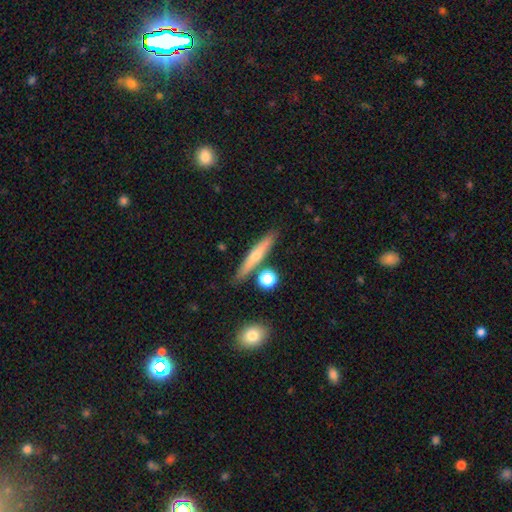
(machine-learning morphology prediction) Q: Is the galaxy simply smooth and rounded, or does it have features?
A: featured or disk — 48%.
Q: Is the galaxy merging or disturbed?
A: none — 82%.